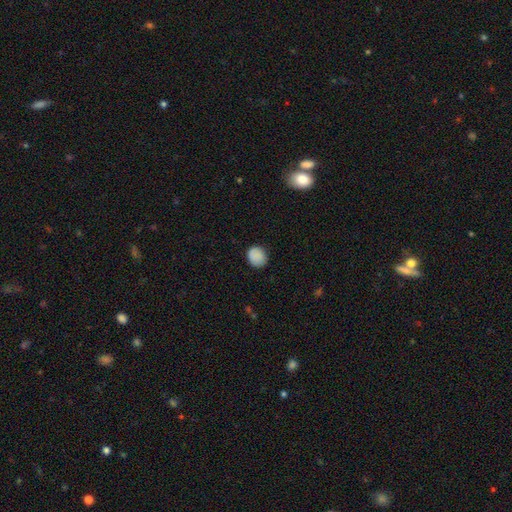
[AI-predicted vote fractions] Smooth or featured: smooth — 88% (star or artifact — 8%)
How rounded: round — 73% (in between — 26%)
Merging: none — 84% (minor disturbance — 12%)